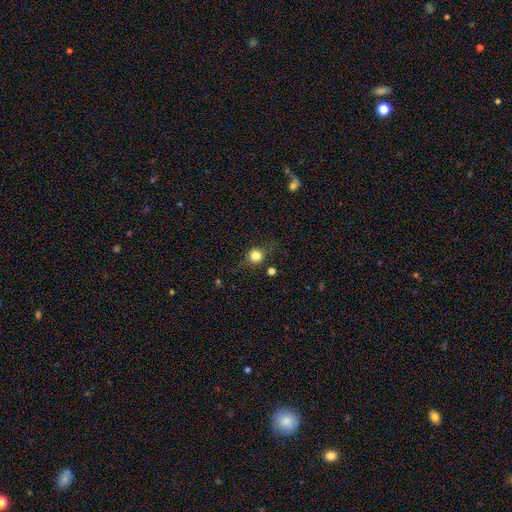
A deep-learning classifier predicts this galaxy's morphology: type=smooth (77%); roundness=round (83%); merging=none (74%).